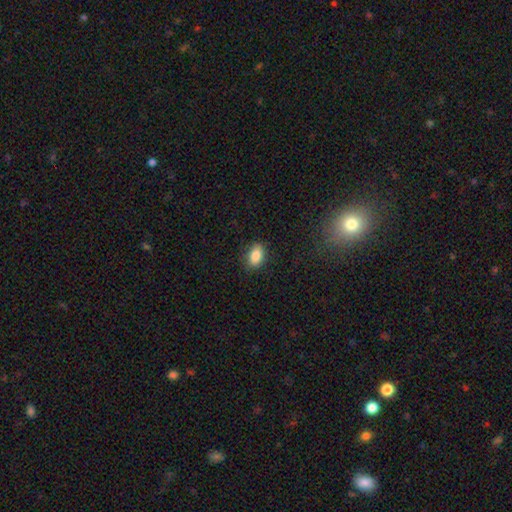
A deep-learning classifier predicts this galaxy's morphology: type=smooth (87%); roundness=in between (87%); merging=none (83%).